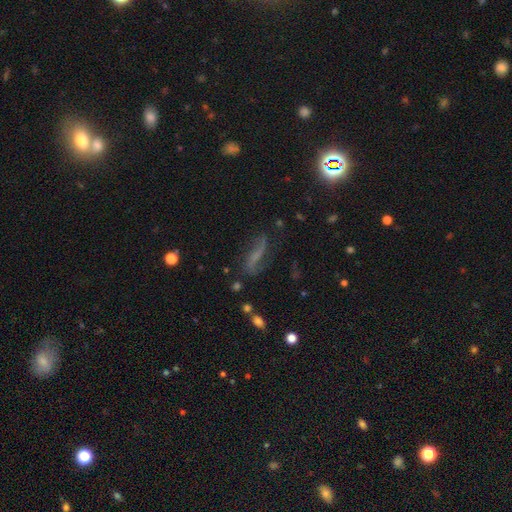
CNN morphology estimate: This appears to be a featured or disk galaxy (49%). Merging: none (63%).